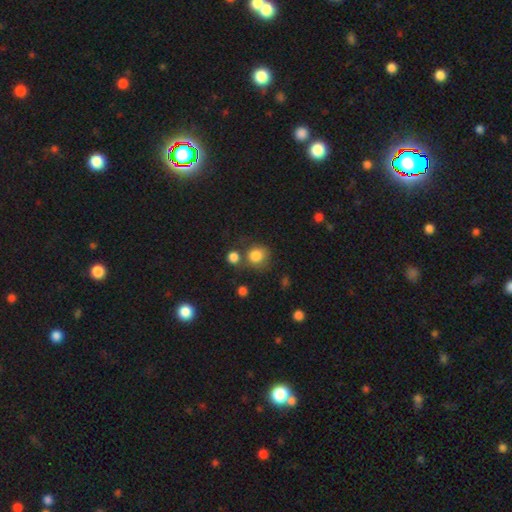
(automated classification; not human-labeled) Q: Smooth or featured?
A: smooth (82%); runner-up: star or artifact (11%)
Q: How rounded?
A: round (82%); runner-up: in between (17%)
Q: Merging?
A: none (57%); runner-up: merger (20%)